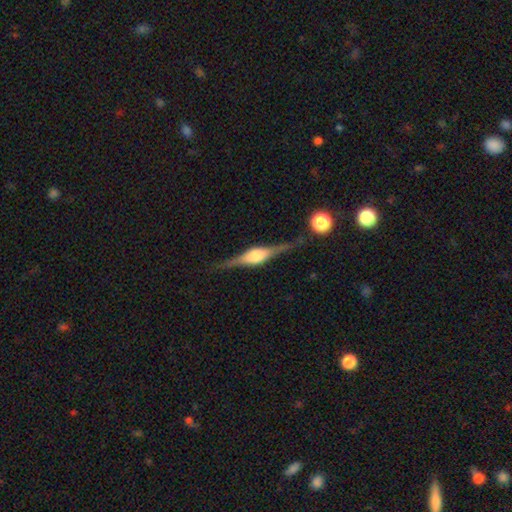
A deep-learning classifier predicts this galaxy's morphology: This is clearly a featured or disk galaxy (82%). It is clearly viewed edge-on (98%). Edge-on bulge: clearly rounded (83%). Merging: clearly none (84%).